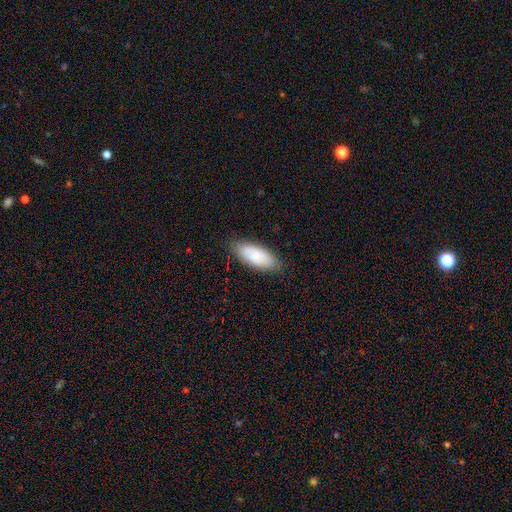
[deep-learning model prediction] Overall: smooth (81%). How rounded: in between (80%). Merging: none (83%).